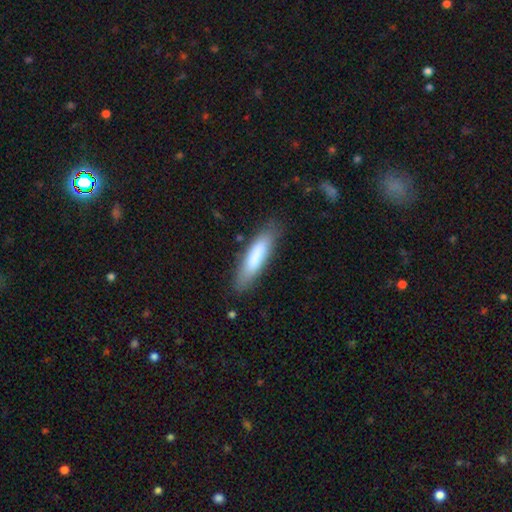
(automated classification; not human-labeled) A smooth galaxy with no disk features (74%) that is cigar-shaped (76%).

Vote fractions:
- Smooth or featured? smooth: 74% / featured or disk: 18% / star or artifact: 8%
- How rounded? cigar-shaped: 76% / in between: 23% / round: 1%
- Merging? none: 83% / minor disturbance: 13% / major disturbance: 3% / merger: 1%